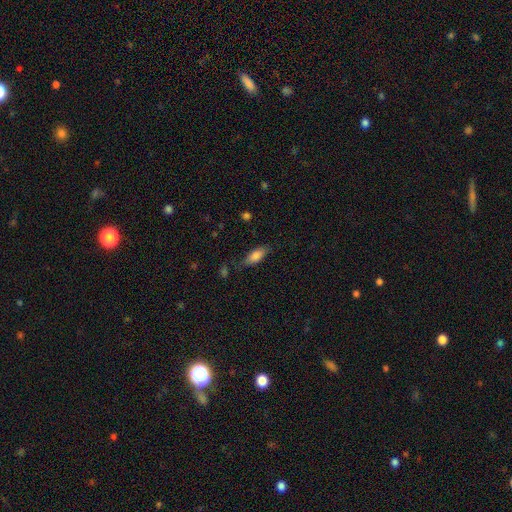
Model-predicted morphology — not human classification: smooth 77%, featured or disk 15%, star or artifact 7%. Down the decision tree: how rounded — in between (72%); merging — none (74%).